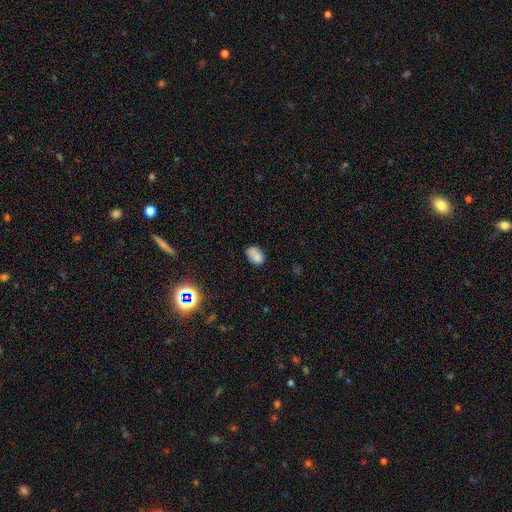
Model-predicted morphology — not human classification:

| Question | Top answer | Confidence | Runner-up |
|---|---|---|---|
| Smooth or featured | smooth | 79% | star or artifact (11%) |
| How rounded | in between | 84% | round (14%) |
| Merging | none | 58% | minor disturbance (25%) |